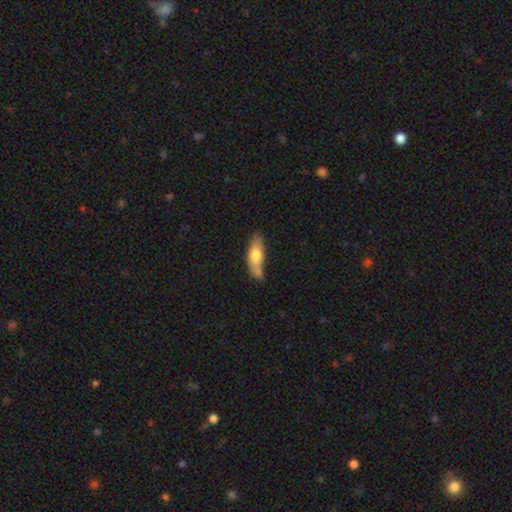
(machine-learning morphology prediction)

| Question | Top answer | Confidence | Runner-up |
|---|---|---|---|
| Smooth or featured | smooth | 66% | featured or disk (28%) |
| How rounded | in between | 55% | cigar-shaped (43%) |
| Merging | none | 54% | minor disturbance (27%) |